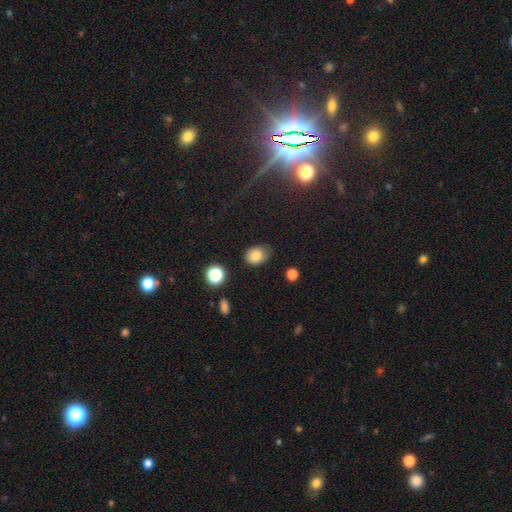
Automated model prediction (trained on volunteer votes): A smooth galaxy with no disk features (83%) that is in between round and cigar-shaped (68%).

Vote fractions:
- Smooth or featured? smooth: 83% / star or artifact: 10% / featured or disk: 7%
- How rounded? in between: 68% / round: 31% / cigar-shaped: 1%
- Merging? none: 68% / minor disturbance: 25% / major disturbance: 5% / merger: 2%